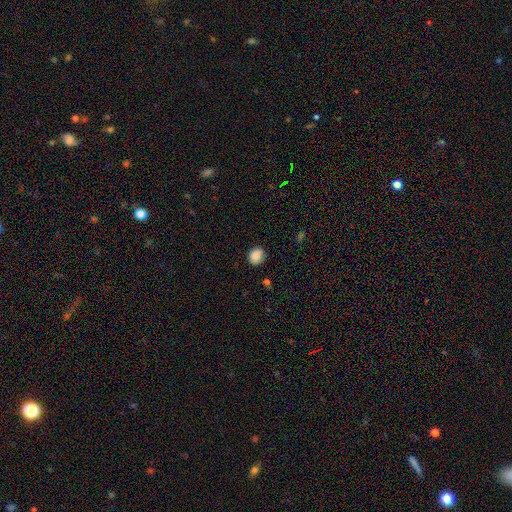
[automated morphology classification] Q: Smooth or featured?
A: smooth (87%); runner-up: star or artifact (9%)
Q: How rounded?
A: round (69%); runner-up: in between (30%)
Q: Merging?
A: none (80%); runner-up: minor disturbance (15%)